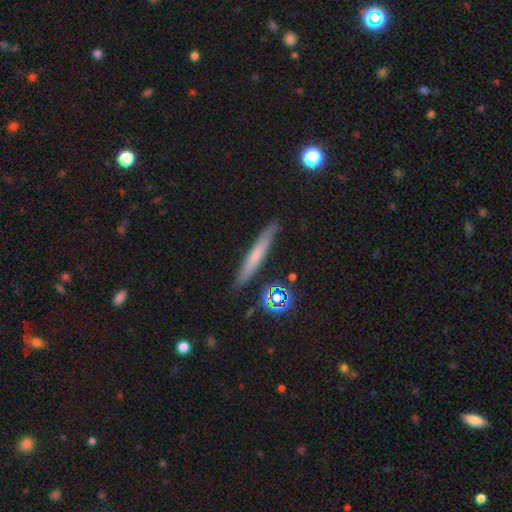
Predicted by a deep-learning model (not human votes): Smooth or featured? Predicted: smooth (p=0.52). How rounded? Predicted: cigar-shaped (p=0.93). Merging? Predicted: none (p=0.87).